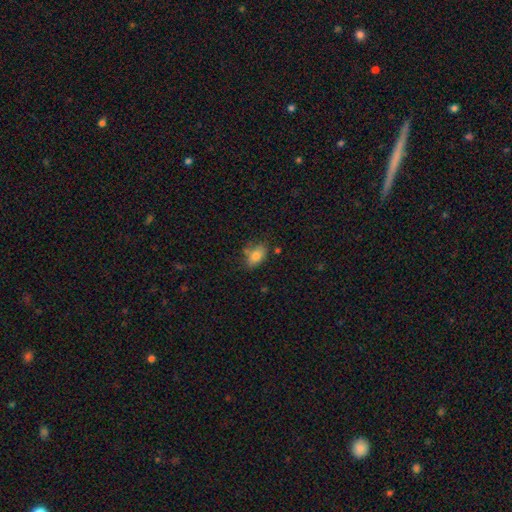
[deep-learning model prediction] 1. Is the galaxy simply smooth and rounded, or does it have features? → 79% smooth, 12% featured or disk, 9% star or artifact.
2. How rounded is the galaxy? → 87% in between, 10% round, 3% cigar-shaped.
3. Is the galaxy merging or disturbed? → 66% none, 20% minor disturbance, 9% merger, 5% major disturbance.